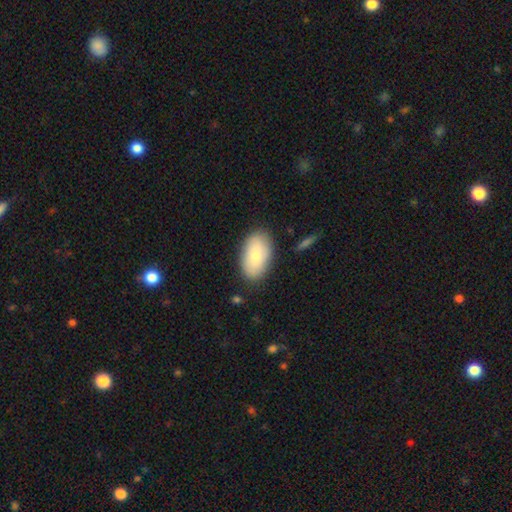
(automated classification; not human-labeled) Overall: smooth (78%). How rounded: in between (93%). Merging: none (83%).